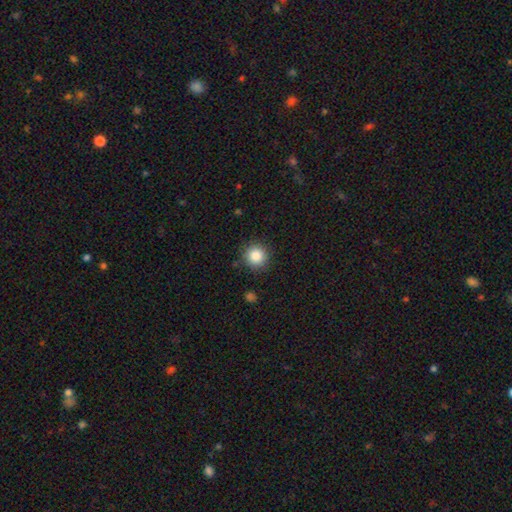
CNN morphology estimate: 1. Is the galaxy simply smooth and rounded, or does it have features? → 86% smooth, 10% star or artifact, 4% featured or disk.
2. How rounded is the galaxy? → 94% round, 5% in between, 1% cigar-shaped.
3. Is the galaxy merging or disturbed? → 87% none, 9% minor disturbance, 3% major disturbance, 2% merger.